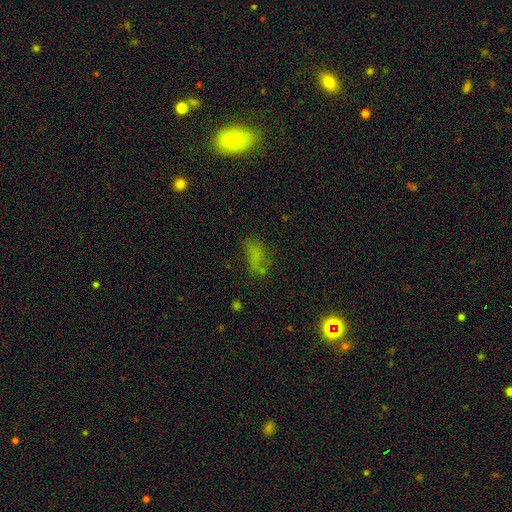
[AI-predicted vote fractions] Overall: smooth (58%; star or artifact 23%). How rounded: in between (84%). Merging: none (50%; minor disturbance 24%).